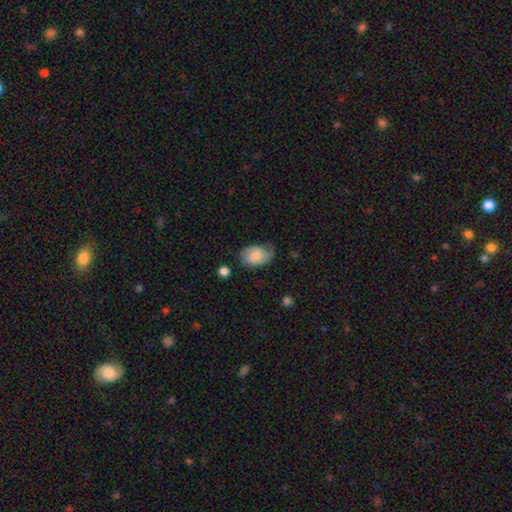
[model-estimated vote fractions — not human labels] The model was most divided on "merging": none: 52%, minor disturbance: 33%, major disturbance: 13%, merger: 2%. More confident: how rounded — in between (83%); smooth or featured — smooth (62%).